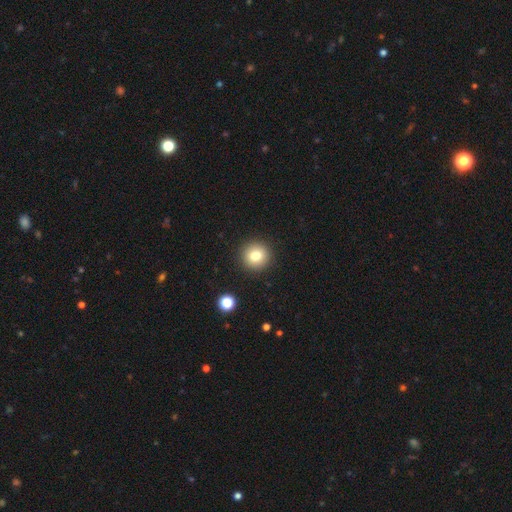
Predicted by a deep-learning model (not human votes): A smooth galaxy with no disk features (79%) that is round (94%). Merging: none (91%).